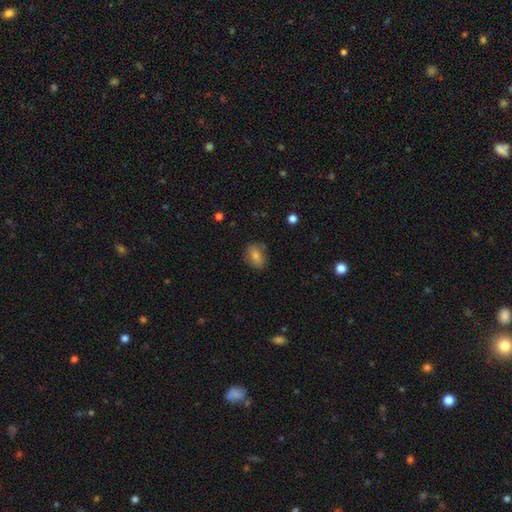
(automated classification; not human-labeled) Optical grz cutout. It shows a smooth galaxy with no disk features (73%) that is in between round and cigar-shaped (67%). Merging: none (77%).